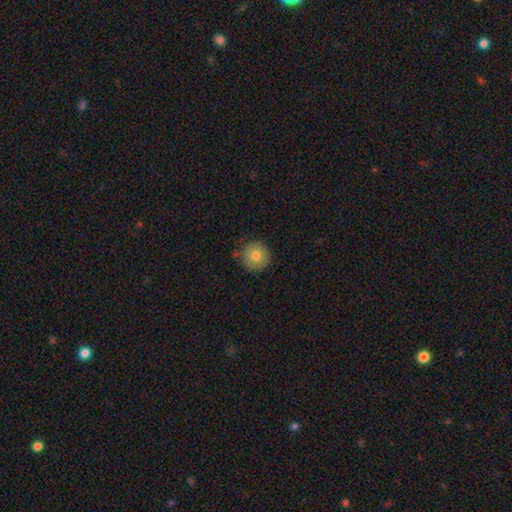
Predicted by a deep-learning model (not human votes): The model was most divided on "smooth or featured": smooth: 79%, featured or disk: 12%, star or artifact: 9%. More confident: how rounded — round (95%); merging — none (85%).